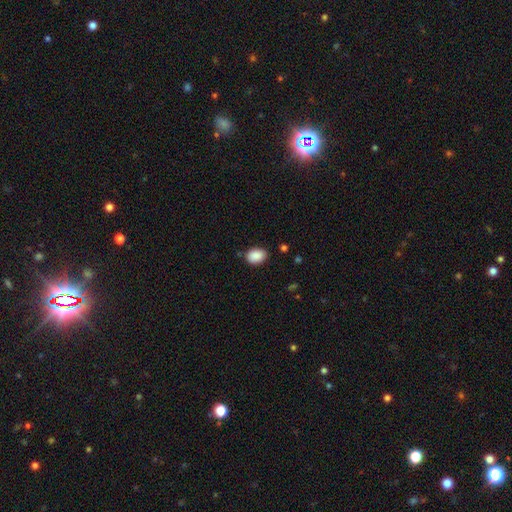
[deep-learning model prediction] Smooth or featured? Predicted: smooth (p=0.89). How rounded? Predicted: in between (p=0.76). Merging? Predicted: none (p=0.80).